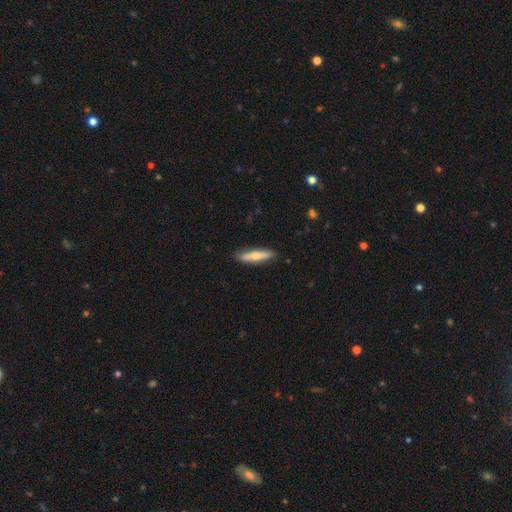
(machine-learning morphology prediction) smooth-or-featured: smooth: 61% | featured or disk: 34% | star or artifact: 5%
  how-rounded: cigar-shaped: 83% | in between: 16% | round: 2%
  merging: none: 87% | minor disturbance: 10% | major disturbance: 2% | merger: 1%